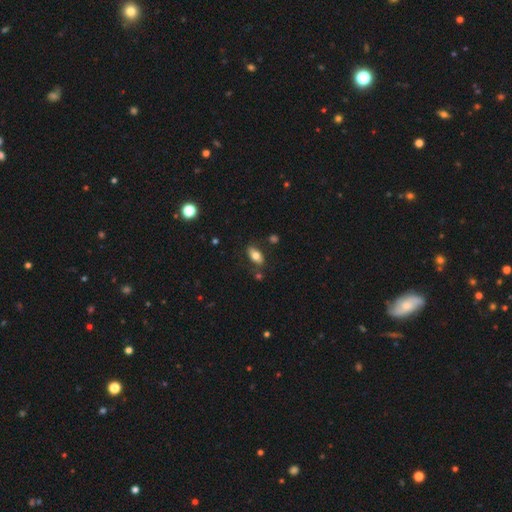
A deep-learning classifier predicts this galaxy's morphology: Smooth or featured?
  - smooth: 70% *
  - featured or disk: 22%
  - star or artifact: 8%
How rounded?
  - in between: 85% *
  - cigar-shaped: 10%
  - round: 5%
Merging?
  - none: 76% *
  - minor disturbance: 15%
  - merger: 5%
  - major disturbance: 4%